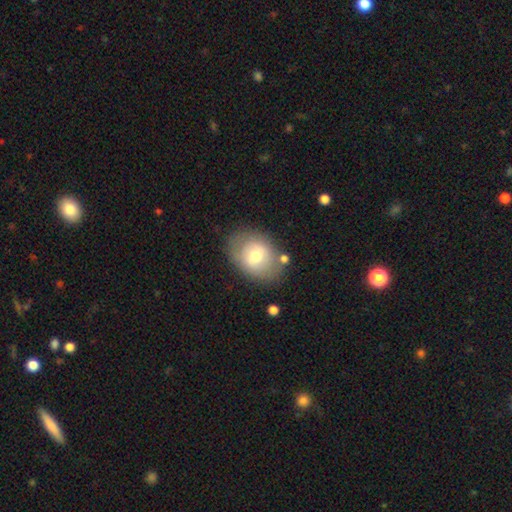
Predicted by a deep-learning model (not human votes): Smooth or featured?
  - smooth: 63% *
  - featured or disk: 30%
  - star or artifact: 8%
How rounded?
  - in between: 69% *
  - round: 30%
  - cigar-shaped: 1%
Merging?
  - none: 74% *
  - minor disturbance: 16%
  - major disturbance: 5%
  - merger: 5%